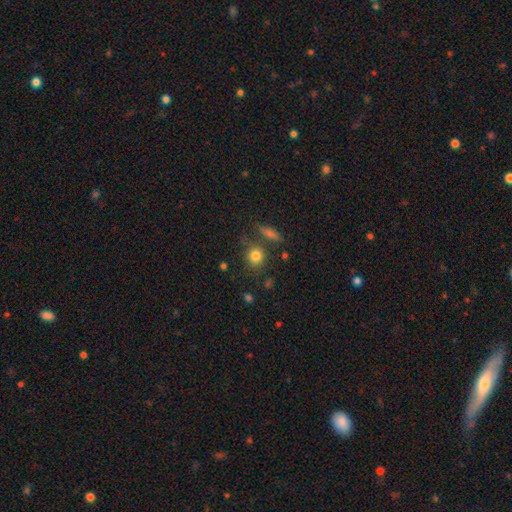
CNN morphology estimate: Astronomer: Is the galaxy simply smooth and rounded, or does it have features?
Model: smooth — 82%.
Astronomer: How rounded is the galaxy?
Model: round — 77%.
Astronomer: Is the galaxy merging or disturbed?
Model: none — 75%.